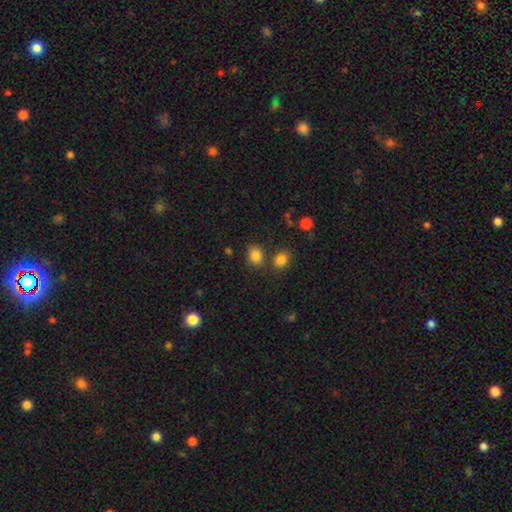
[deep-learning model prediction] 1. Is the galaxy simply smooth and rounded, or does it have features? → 83% smooth, 12% star or artifact, 5% featured or disk.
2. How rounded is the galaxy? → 50% round, 49% in between, 1% cigar-shaped.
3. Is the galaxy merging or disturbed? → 71% none, 14% merger, 12% minor disturbance, 4% major disturbance.